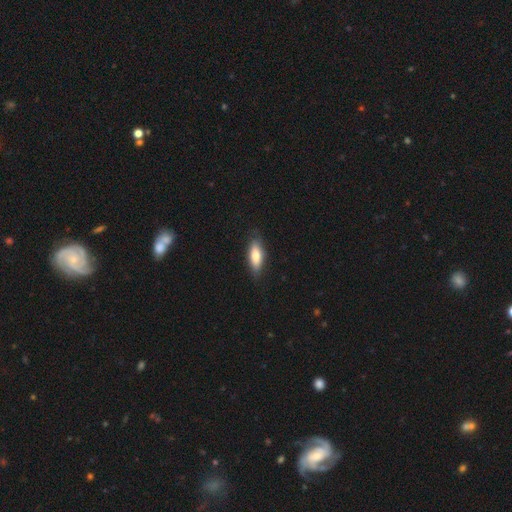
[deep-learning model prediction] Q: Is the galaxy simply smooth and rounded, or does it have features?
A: smooth — 75%.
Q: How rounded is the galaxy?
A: in between — 67%.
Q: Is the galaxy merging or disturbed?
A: none — 84%.